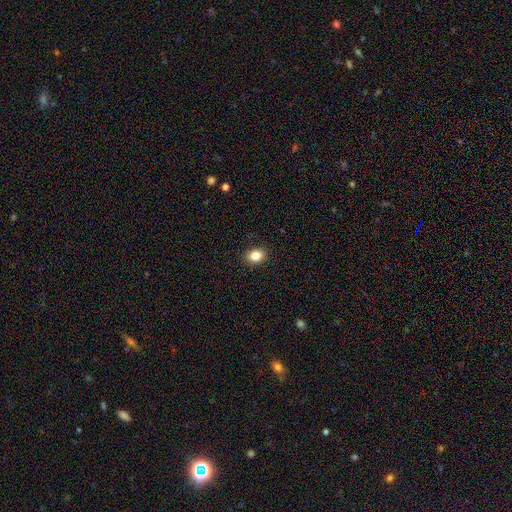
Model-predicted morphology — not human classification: smooth_or_featured: smooth (p=0.84) [alt: star or artifact p=0.10]
how_rounded: in between (p=0.62) [alt: round p=0.37]
merging: none (p=0.90) [alt: minor disturbance p=0.08]